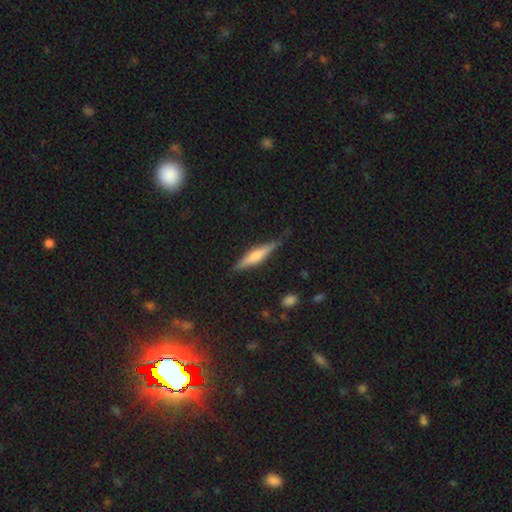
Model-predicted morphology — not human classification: smooth-or-featured: featured or disk: 52% | smooth: 42% | star or artifact: 6%
  disk-edge-on: yes: 96% | no: 4%
  merging: none: 85% | minor disturbance: 12% | major disturbance: 2% | merger: 1%